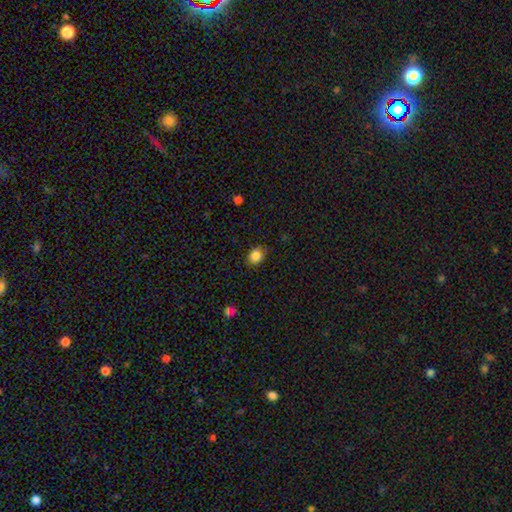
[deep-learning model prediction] A smooth galaxy with no disk features (86%) that is in between round and cigar-shaped (52%). Merging: none (83%).